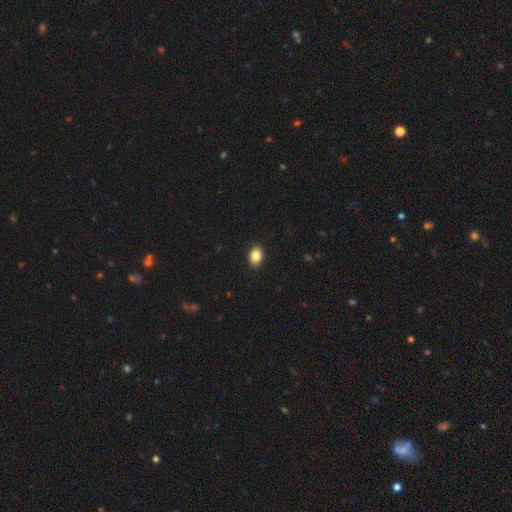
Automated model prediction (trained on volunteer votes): Q: Smooth or featured?
A: smooth (84%); runner-up: star or artifact (9%)
Q: How rounded?
A: in between (81%); runner-up: round (18%)
Q: Merging?
A: none (91%); runner-up: minor disturbance (7%)